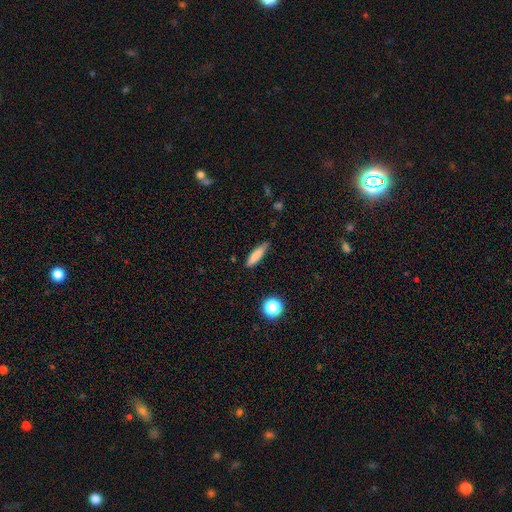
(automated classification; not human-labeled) Q: Smooth or featured?
A: smooth (79%); runner-up: featured or disk (12%)
Q: How rounded?
A: cigar-shaped (74%); runner-up: in between (24%)
Q: Merging?
A: none (78%); runner-up: minor disturbance (18%)